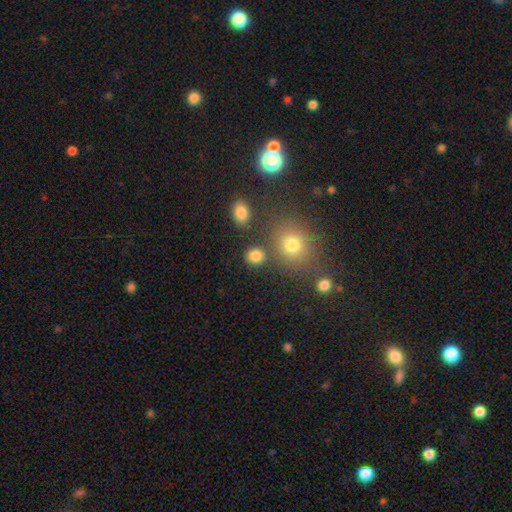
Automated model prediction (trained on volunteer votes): Q: Smooth or featured?
A: smooth (82%); runner-up: star or artifact (13%)
Q: How rounded?
A: round (84%); runner-up: in between (15%)
Q: Merging?
A: none (81%); runner-up: merger (8%)